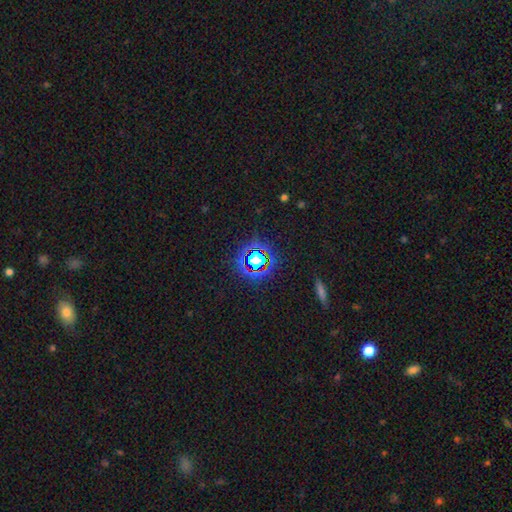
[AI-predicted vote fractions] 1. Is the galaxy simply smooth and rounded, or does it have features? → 68% star or artifact, 22% smooth, 10% featured or disk.